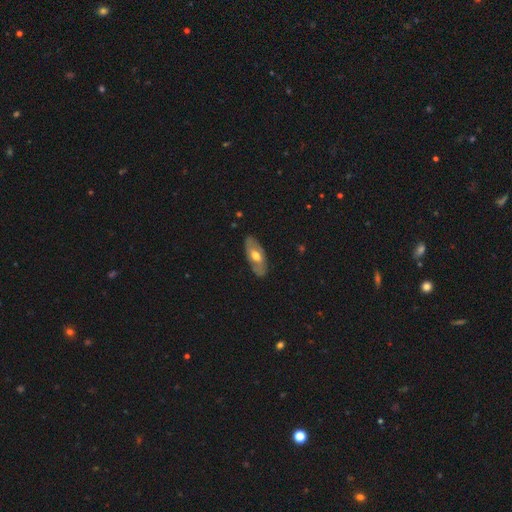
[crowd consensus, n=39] Smooth or featured? 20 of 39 (51%) said smooth. How rounded? 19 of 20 (95%) said in between. Merging? 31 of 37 (84%) said none.